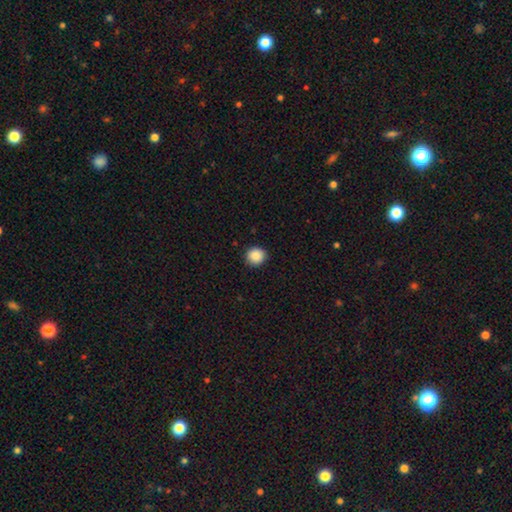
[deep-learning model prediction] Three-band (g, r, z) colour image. It shows a smooth galaxy with no disk features (88%) that is round (90%). Merging: none (90%).